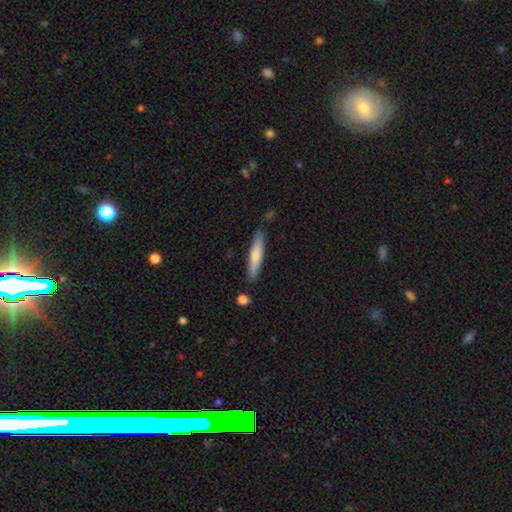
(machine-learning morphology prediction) A smooth galaxy with no disk features (67%) that is cigar-shaped (89%). Merging: none (83%).